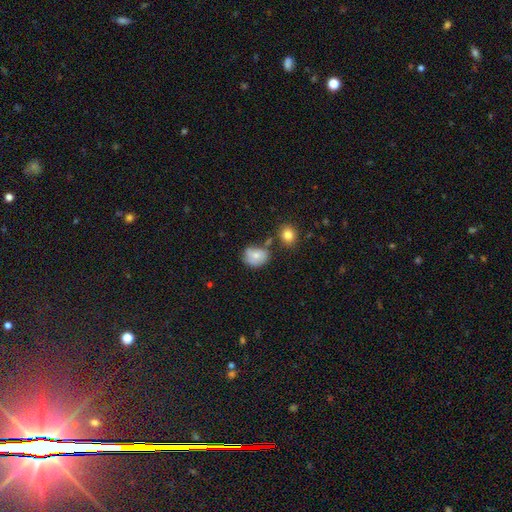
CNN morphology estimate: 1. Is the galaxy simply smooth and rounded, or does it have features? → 72% smooth, 19% featured or disk, 9% star or artifact.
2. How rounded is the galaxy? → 50% round, 49% in between, 1% cigar-shaped.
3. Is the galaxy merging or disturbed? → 50% none, 30% minor disturbance, 11% merger, 9% major disturbance.